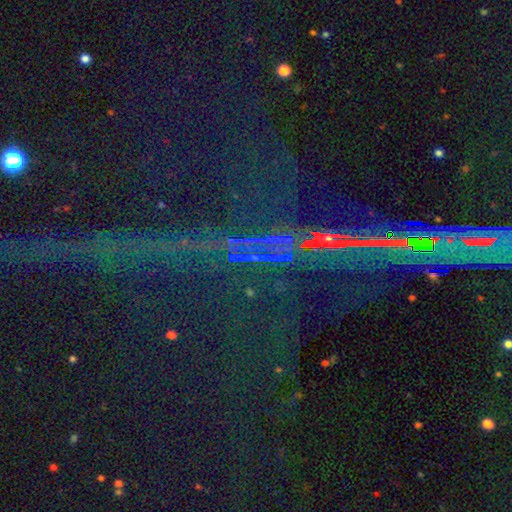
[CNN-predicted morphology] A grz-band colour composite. It shows a star or artifact, not a galaxy (86%).